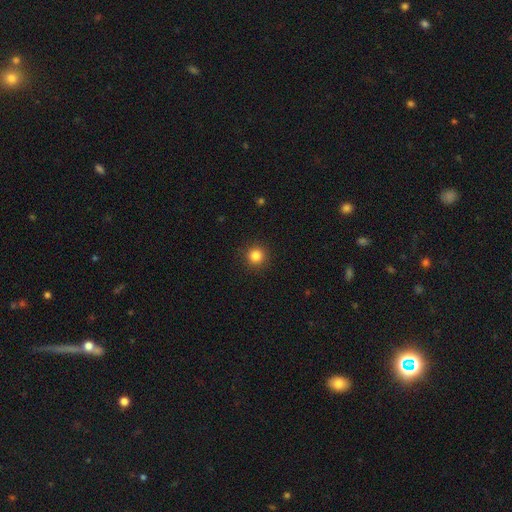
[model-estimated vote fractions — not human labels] Morphology: type=smooth (84%); roundness=round (95%); merging=none (92%).